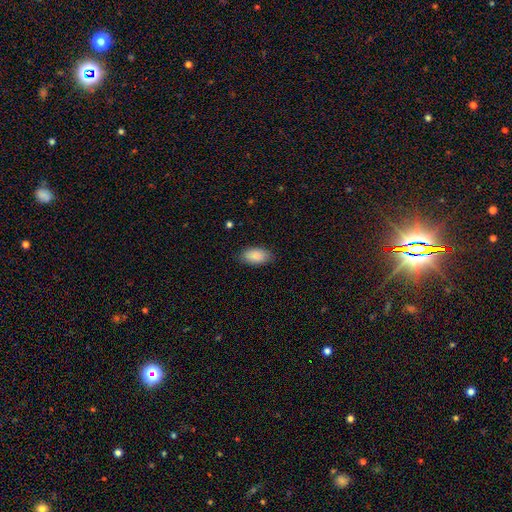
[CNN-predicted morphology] Smooth or featured: smooth — 87% (star or artifact — 6%)
How rounded: in between — 94% (round — 3%)
Merging: none — 86% (minor disturbance — 11%)